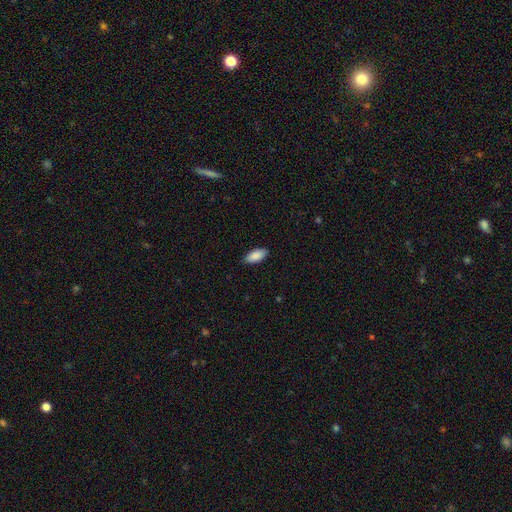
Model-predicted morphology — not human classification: smooth 90%, star or artifact 6%, featured or disk 5%. Down the decision tree: how rounded — in between (90%); merging — none (87%).